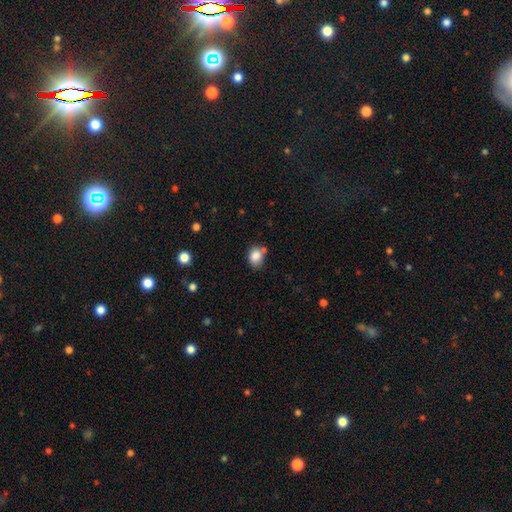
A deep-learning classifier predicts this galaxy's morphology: Smooth or featured? Predicted: smooth (p=0.84). How rounded? Predicted: round (p=0.58). Merging? Predicted: none (p=0.62).